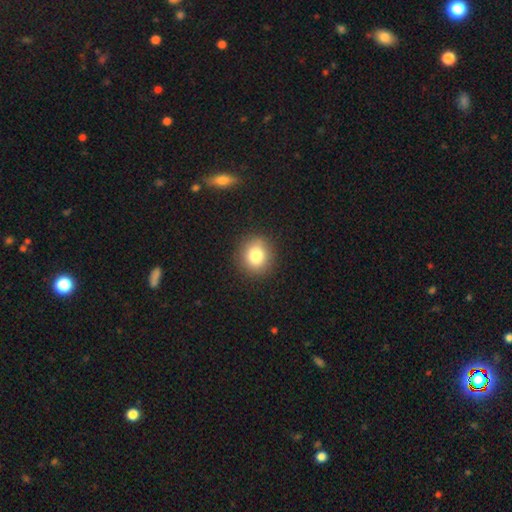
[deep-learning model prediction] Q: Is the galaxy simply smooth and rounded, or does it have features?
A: smooth — 81%.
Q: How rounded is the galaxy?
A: round — 84%.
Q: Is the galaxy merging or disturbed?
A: none — 89%.